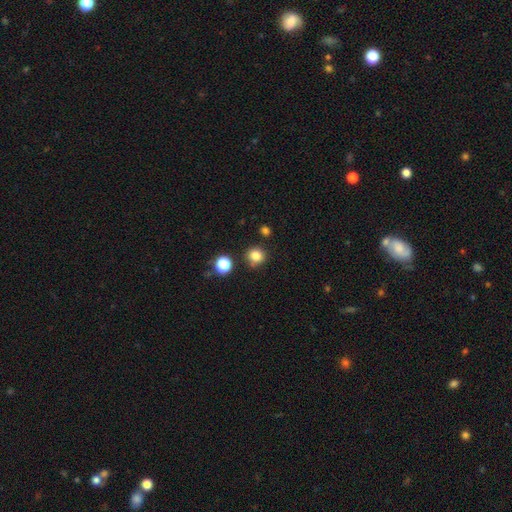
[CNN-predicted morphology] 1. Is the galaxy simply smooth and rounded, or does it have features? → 82% smooth, 13% star or artifact, 5% featured or disk.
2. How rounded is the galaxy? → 90% round, 9% in between, 1% cigar-shaped.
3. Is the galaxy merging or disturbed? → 83% none, 9% minor disturbance, 6% merger, 3% major disturbance.